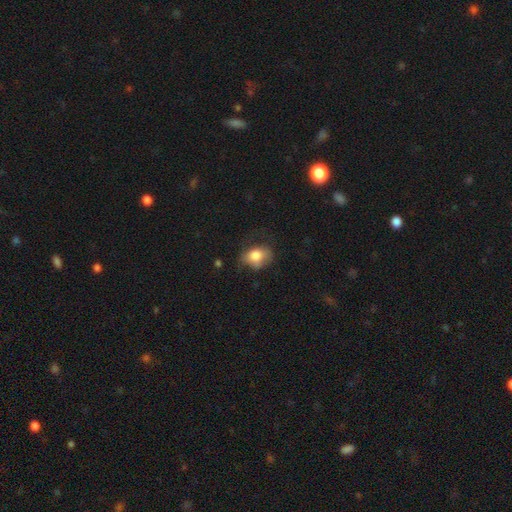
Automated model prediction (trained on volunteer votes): Morphology: type=smooth (77%); roundness=in between (67%); merging=none (48%).